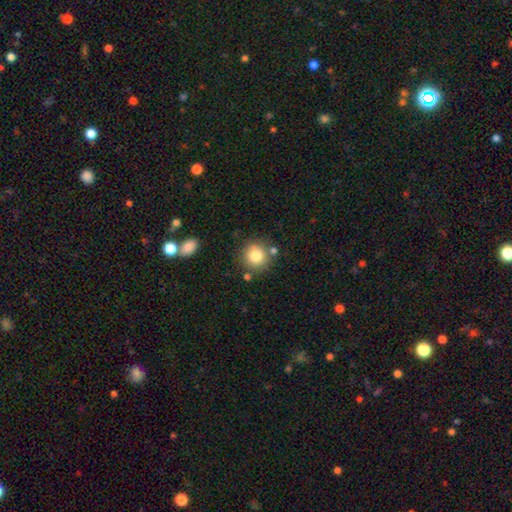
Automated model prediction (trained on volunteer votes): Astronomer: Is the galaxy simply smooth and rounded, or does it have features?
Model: smooth — 82%.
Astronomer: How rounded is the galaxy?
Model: round — 91%.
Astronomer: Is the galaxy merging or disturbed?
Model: none — 78%.